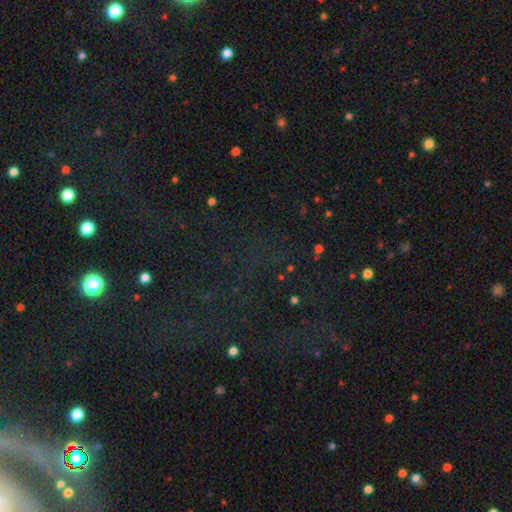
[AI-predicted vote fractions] A star or artifact, not a galaxy (73%).